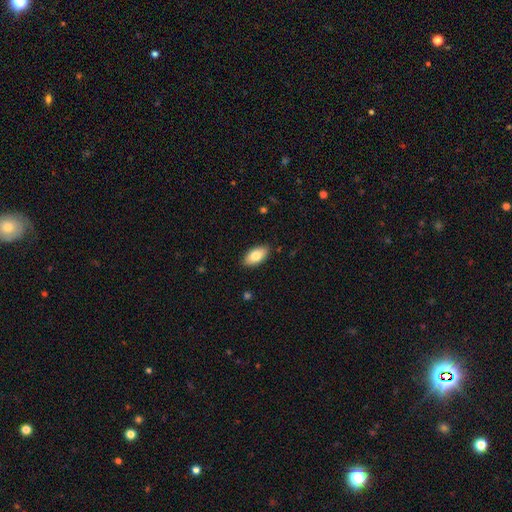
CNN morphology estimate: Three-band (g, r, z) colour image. It shows a smooth galaxy with no disk features (80%) that is in between round and cigar-shaped (93%). Merging: none (88%).